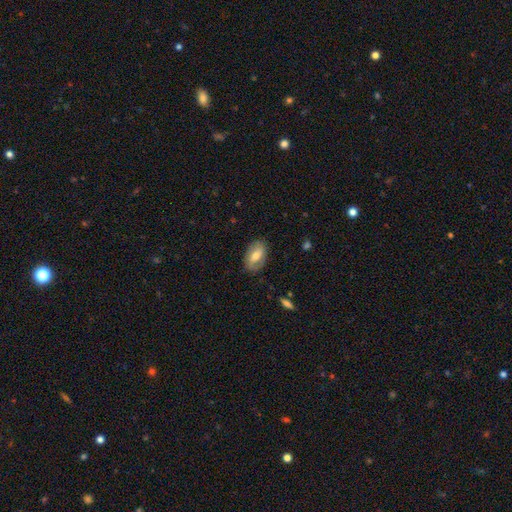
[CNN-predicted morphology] type=smooth (55%); roundness=in between (91%); merging=none (82%).